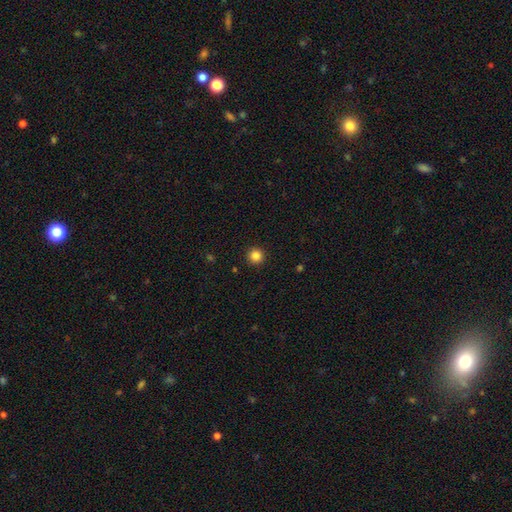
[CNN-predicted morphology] Smooth or featured? Predicted: smooth (p=0.85). How rounded? Predicted: round (p=0.96). Merging? Predicted: none (p=0.93).